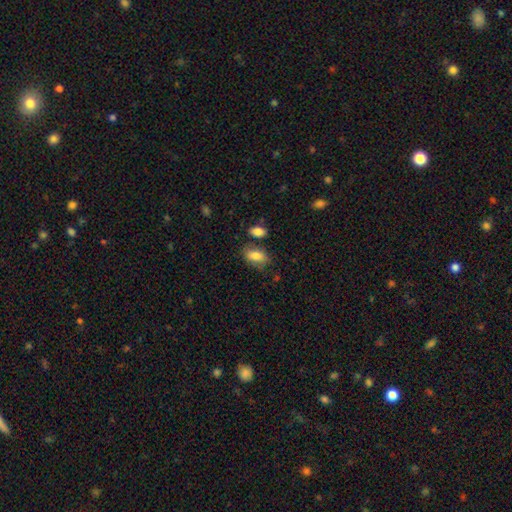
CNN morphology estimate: This appears to be a smooth galaxy with no disk features (81%) that is in between round and cigar-shaped (90%). Merging: none (69%).